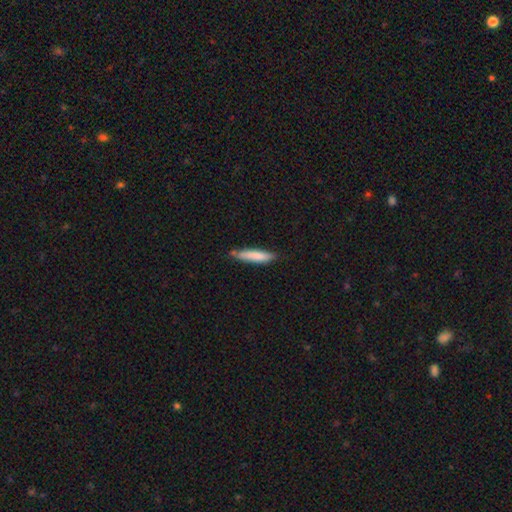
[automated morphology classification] Overall: smooth (81%). How rounded: cigar-shaped (84%). Merging: none (73%).